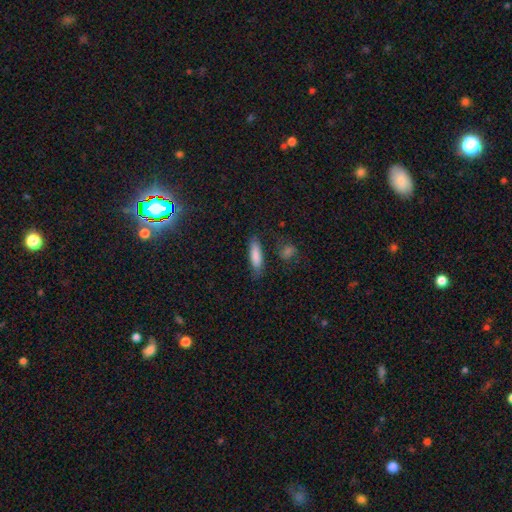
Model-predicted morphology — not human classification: A smooth galaxy with no disk features (84%) that is in between round and cigar-shaped (49%, tied with cigar-shaped). Merging: none (75%).